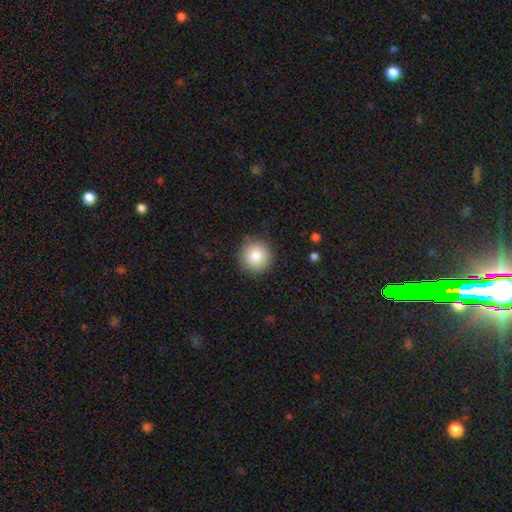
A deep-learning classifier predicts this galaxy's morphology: This is clearly a smooth galaxy (84%). How rounded: clearly round (94%). Merging: clearly none (88%).